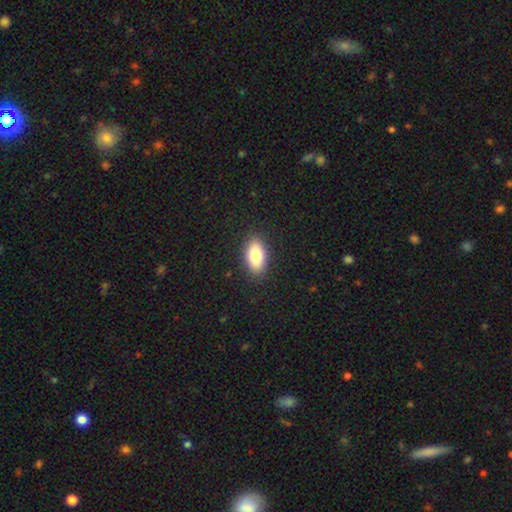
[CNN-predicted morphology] Q: Smooth or featured?
A: smooth (81%); runner-up: featured or disk (12%)
Q: How rounded?
A: in between (90%); runner-up: cigar-shaped (5%)
Q: Merging?
A: none (88%); runner-up: minor disturbance (9%)